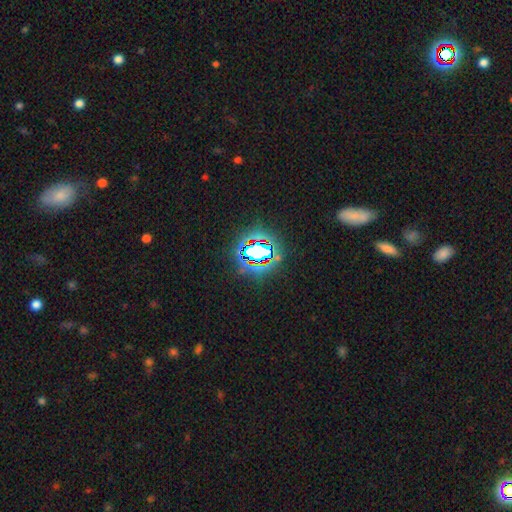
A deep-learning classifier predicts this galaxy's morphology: Overall: star or artifact (70%).